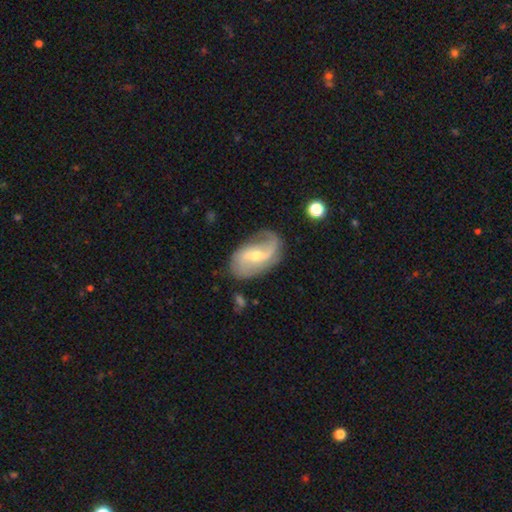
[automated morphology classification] Smooth or featured: featured or disk — 83% (smooth — 11%)
Edge-on disk: no — 97% (yes — 3%)
Bar: weak — 50% (strong — 25%)
Spiral arms: yes — 94% (no — 6%)
Spiral winding: loose — 60% (medium — 30%)
Spiral arm count: 2 — 79% (1 — 13%)
Bulge size: moderate — 48% (tied with small — 48%)
Merging: none — 67% (minor disturbance — 21%)